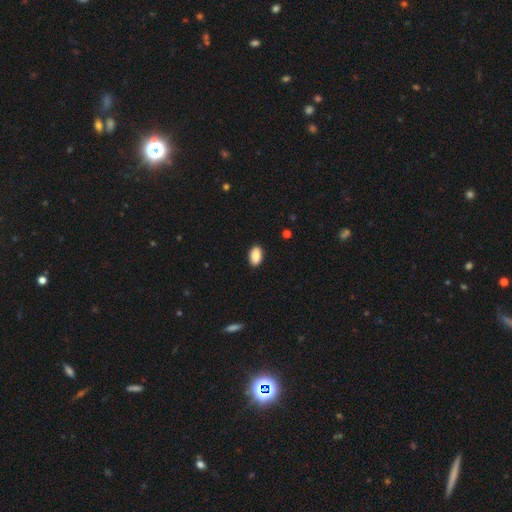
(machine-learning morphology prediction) Overall: smooth (88%). How rounded: in between (93%). Merging: none (90%).